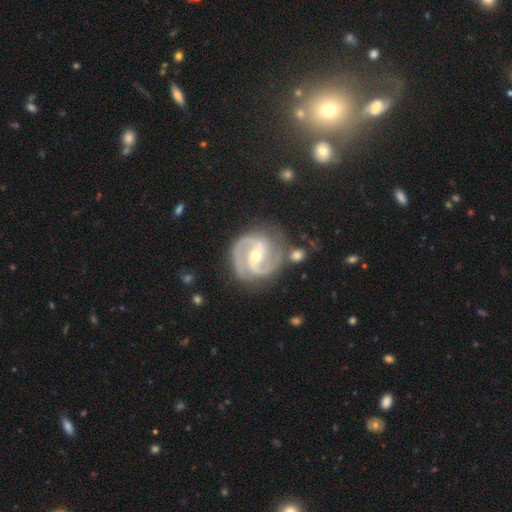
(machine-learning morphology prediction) featured or disk 93%, star or artifact 4%, smooth 3%. Down the decision tree: edge-on disk — no (98%); bar — strong (38%, tied with weak); spiral arms — yes (98%); spiral arm count — 2 (83%); spiral winding — medium (52%); bulge size — moderate (51%); merging — none (75%).